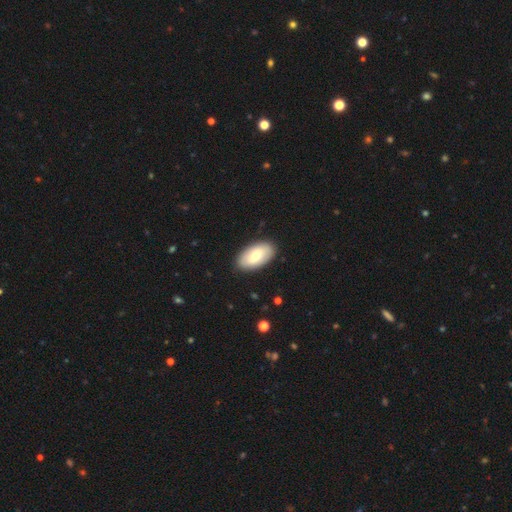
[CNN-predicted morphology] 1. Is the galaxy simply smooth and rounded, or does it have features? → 71% smooth, 23% featured or disk, 5% star or artifact.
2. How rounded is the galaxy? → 95% in between, 3% round, 2% cigar-shaped.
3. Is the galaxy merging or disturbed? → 88% none, 8% minor disturbance, 2% major disturbance, 1% merger.